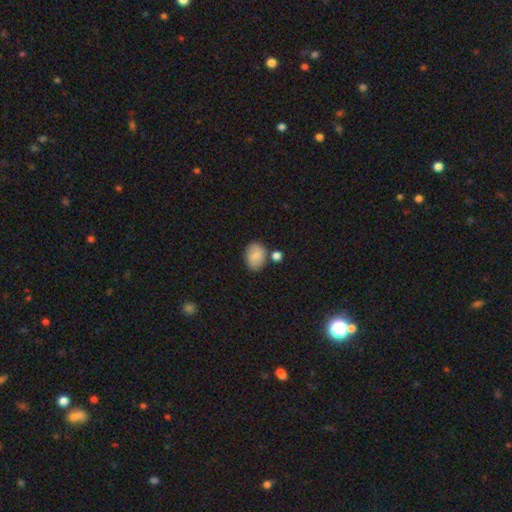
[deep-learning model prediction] smooth_or_featured: smooth (p=0.78) [alt: featured or disk p=0.14]
how_rounded: in between (p=0.69) [alt: round p=0.30]
merging: none (p=0.70) [alt: minor disturbance p=0.15]